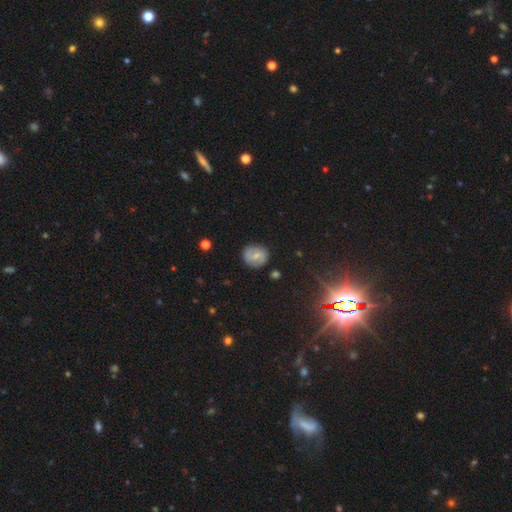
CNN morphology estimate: This appears to be a smooth galaxy with no disk features (46%). Merging: none (82%).